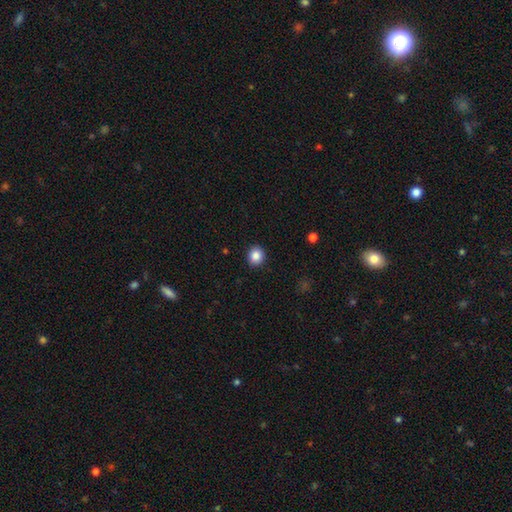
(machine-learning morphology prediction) This is clearly a smooth galaxy (87%). How rounded: clearly round (80%). Merging: clearly none (90%).